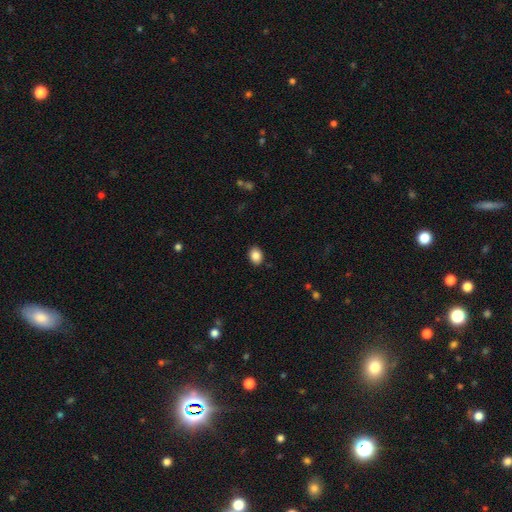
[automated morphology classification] A smooth galaxy with no disk features (86%) that is in between round and cigar-shaped (63%). Merging: none (89%).